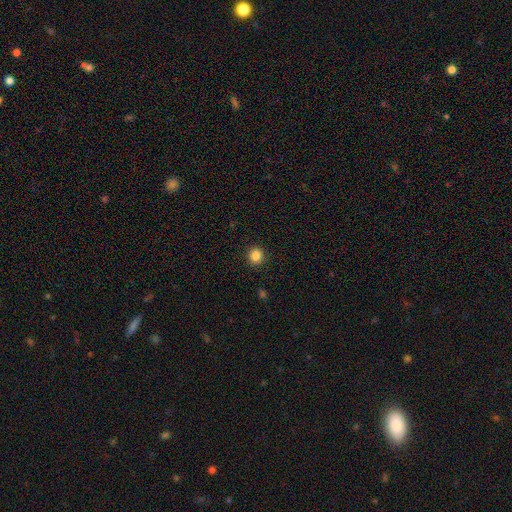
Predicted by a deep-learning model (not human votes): Q: Smooth or featured?
A: smooth (84%); runner-up: star or artifact (11%)
Q: How rounded?
A: round (92%); runner-up: in between (7%)
Q: Merging?
A: none (93%); runner-up: minor disturbance (5%)